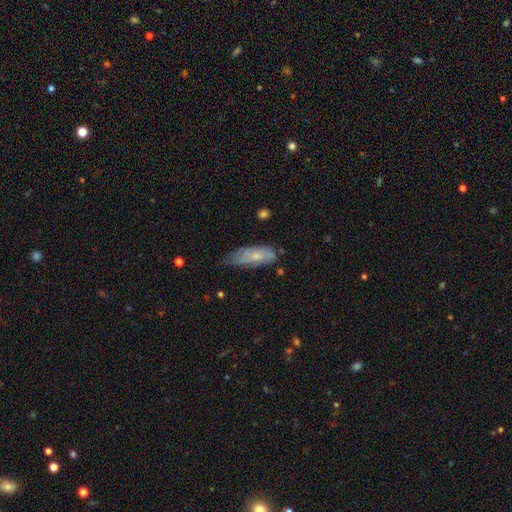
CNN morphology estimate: type=smooth (57%); roundness=in between (72%); merging=none (46%).